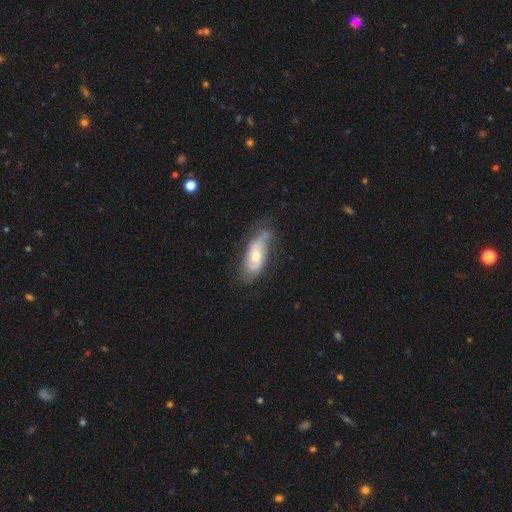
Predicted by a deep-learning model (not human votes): This is possibly a smooth galaxy (52%). How rounded: likely in between (71%). Merging: possibly none (49%).